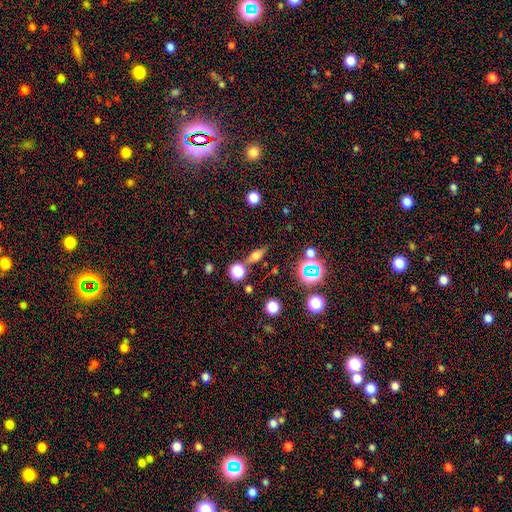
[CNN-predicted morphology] type=smooth (48%); merging=none (72%).